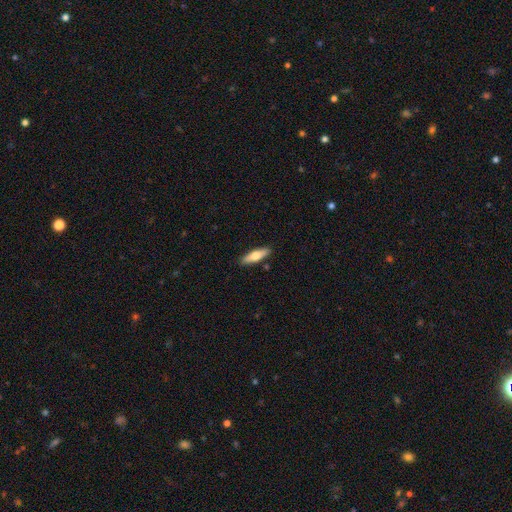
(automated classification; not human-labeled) This appears to be a smooth galaxy with no disk features (58%) that is cigar-shaped (58%). Merging: none (88%).